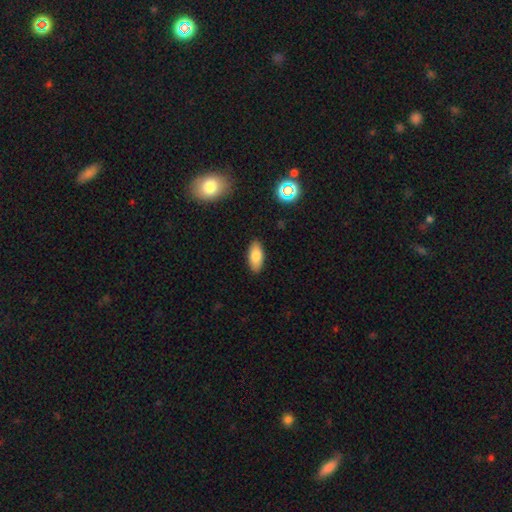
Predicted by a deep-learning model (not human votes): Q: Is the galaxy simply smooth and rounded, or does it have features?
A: smooth — 81%.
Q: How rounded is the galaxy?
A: in between — 87%.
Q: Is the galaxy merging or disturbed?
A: none — 88%.